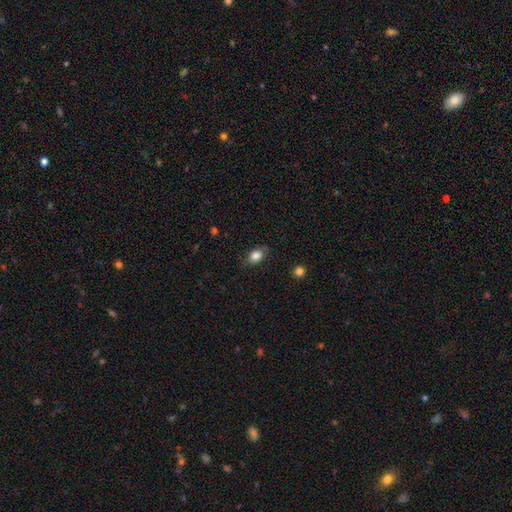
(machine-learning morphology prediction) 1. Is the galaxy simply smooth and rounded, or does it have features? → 84% smooth, 8% star or artifact, 8% featured or disk.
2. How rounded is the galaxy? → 82% in between, 16% round, 2% cigar-shaped.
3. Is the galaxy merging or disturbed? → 77% none, 17% minor disturbance, 4% major disturbance, 1% merger.